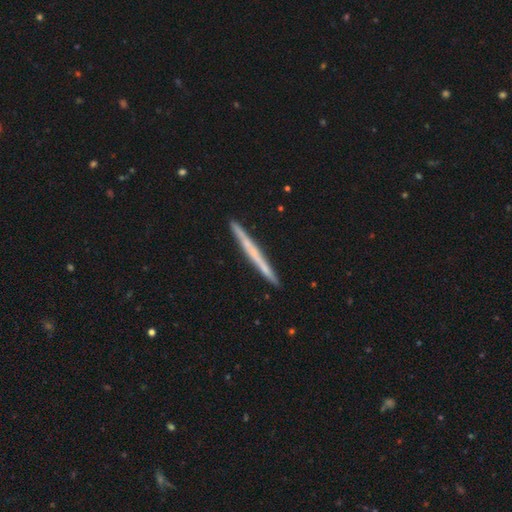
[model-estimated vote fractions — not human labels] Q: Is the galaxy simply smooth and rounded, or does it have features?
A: featured or disk — 52%.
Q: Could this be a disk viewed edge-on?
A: yes — 97%.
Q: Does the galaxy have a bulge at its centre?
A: none — 86%.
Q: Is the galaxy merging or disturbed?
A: none — 91%.